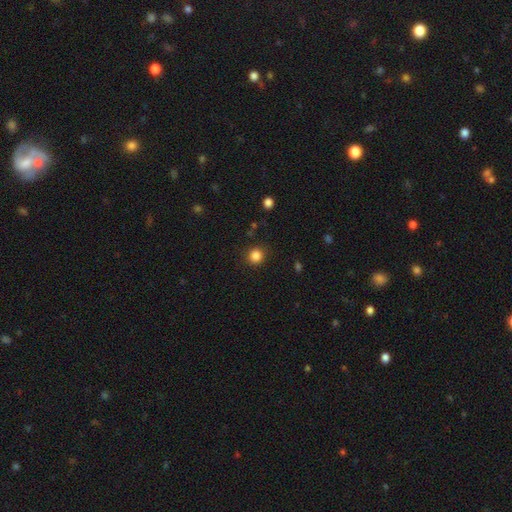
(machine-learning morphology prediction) This appears to be a smooth galaxy with no disk features (85%) that is round (91%). Merging: none (89%).